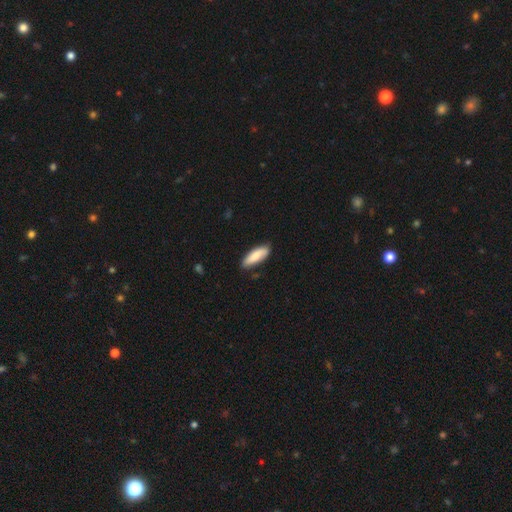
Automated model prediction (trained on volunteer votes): Q: Smooth or featured?
A: smooth (83%); runner-up: featured or disk (12%)
Q: How rounded?
A: in between (58%); runner-up: cigar-shaped (40%)
Q: Merging?
A: none (80%); runner-up: minor disturbance (17%)